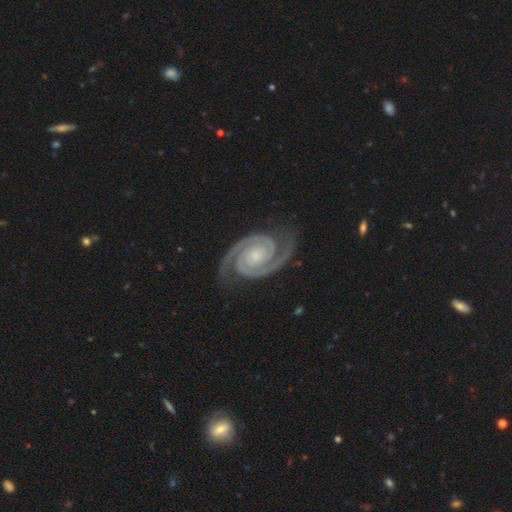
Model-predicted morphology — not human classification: A featured or disk galaxy (94%) with no bar (72%), 2 (94%) tight (72%) spiral arms (99%) and a small central bulge (65%).

Vote fractions:
- Smooth or featured? featured or disk: 94% / star or artifact: 3% / smooth: 2%
- Edge-on disk? no: 98% / yes: 2%
- Bar? no: 72% / weak: 18% / strong: 10%
- Spiral arms? yes: 99% / no: 1%
- Spiral winding? tight: 72% / medium: 25% / loose: 3%
- Spiral arm count? 2: 94% / 3: 2% / can't tell: 1% / 1: 1% / 4: 1% / more than 4: 1%
- Bulge size? small: 65% / moderate: 25% / none: 6% / large: 2% / dominant: 1%
- Merging? none: 84% / minor disturbance: 11% / major disturbance: 3% / merger: 1%